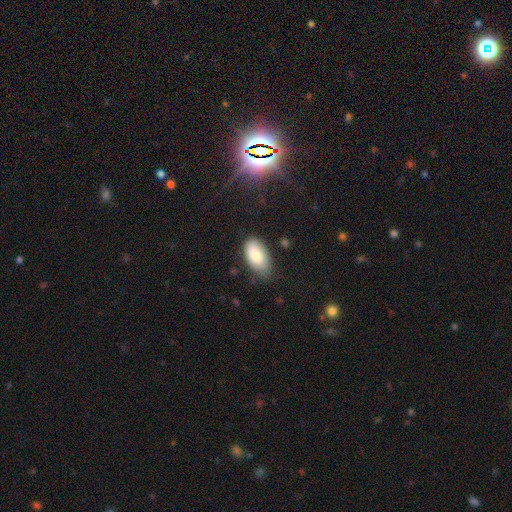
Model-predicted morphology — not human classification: Smooth or featured? smooth (83%)
How rounded? in between (95%)
Merging? none (67%)